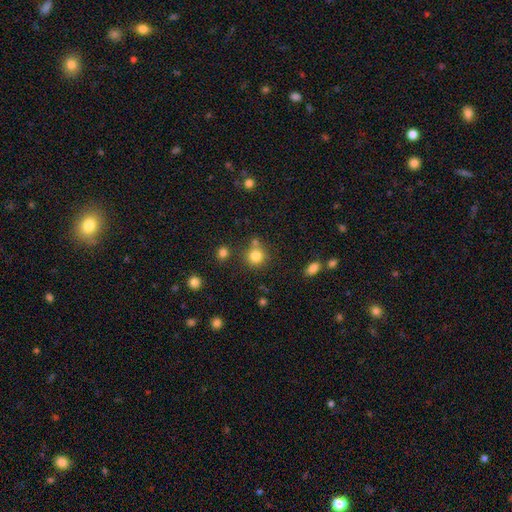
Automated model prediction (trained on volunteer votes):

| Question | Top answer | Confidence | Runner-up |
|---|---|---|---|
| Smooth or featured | smooth | 81% | star or artifact (12%) |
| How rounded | round | 91% | in between (8%) |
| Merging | none | 72% | merger (16%) |